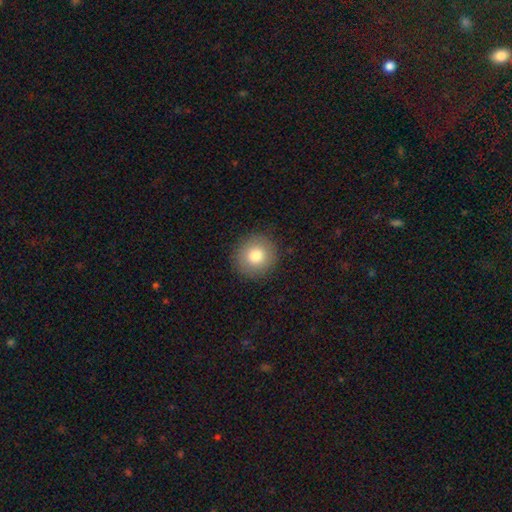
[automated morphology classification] The model was most divided on "smooth or featured": smooth: 79%, featured or disk: 11%, star or artifact: 10%. More confident: how rounded — round (94%); merging — none (91%).